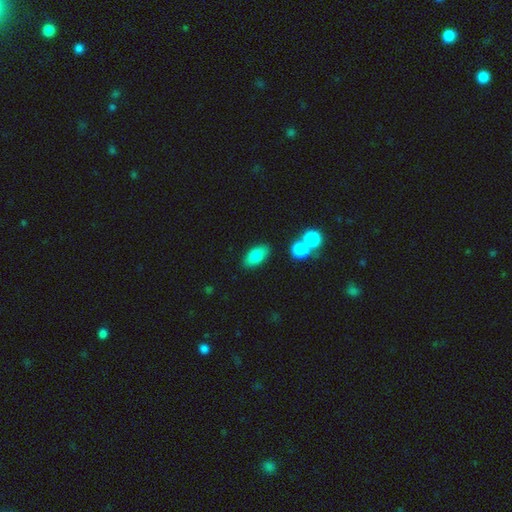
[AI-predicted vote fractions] smooth 80%, featured or disk 12%, star or artifact 8%. Down the decision tree: how rounded — in between (90%); merging — none (80%).